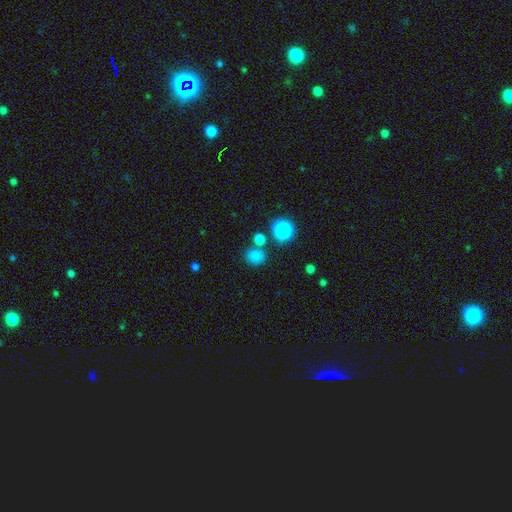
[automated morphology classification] smooth_or_featured: smooth (p=0.77) [alt: star or artifact p=0.18]
how_rounded: round (p=0.59) [alt: in between p=0.40]
merging: none (p=0.70) [alt: merger p=0.14]